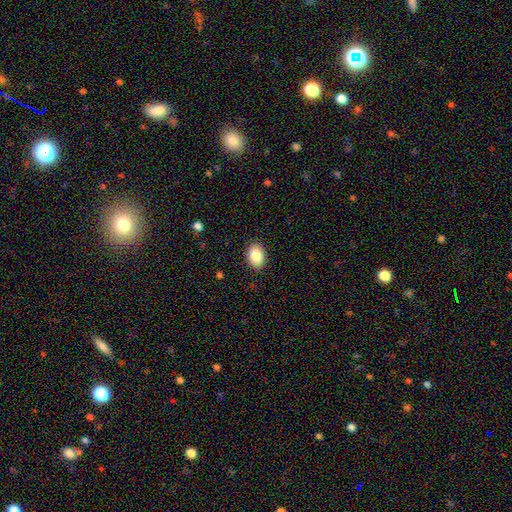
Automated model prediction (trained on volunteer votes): Q: Smooth or featured?
A: smooth (86%); runner-up: star or artifact (8%)
Q: How rounded?
A: in between (83%); runner-up: round (16%)
Q: Merging?
A: none (90%); runner-up: minor disturbance (7%)